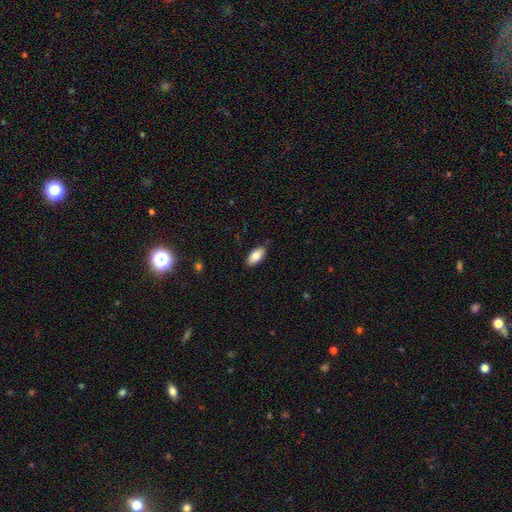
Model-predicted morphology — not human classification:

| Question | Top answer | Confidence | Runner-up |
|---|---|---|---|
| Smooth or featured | smooth | 83% | featured or disk (10%) |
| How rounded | in between | 92% | cigar-shaped (6%) |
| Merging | none | 85% | minor disturbance (12%) |